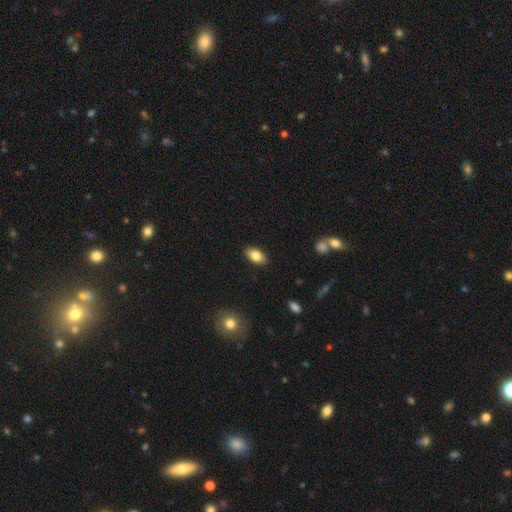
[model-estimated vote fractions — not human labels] Smooth or featured?
  - smooth: 83% *
  - featured or disk: 9%
  - star or artifact: 8%
How rounded?
  - in between: 91% *
  - round: 6%
  - cigar-shaped: 2%
Merging?
  - none: 88% *
  - minor disturbance: 9%
  - major disturbance: 2%
  - merger: 1%